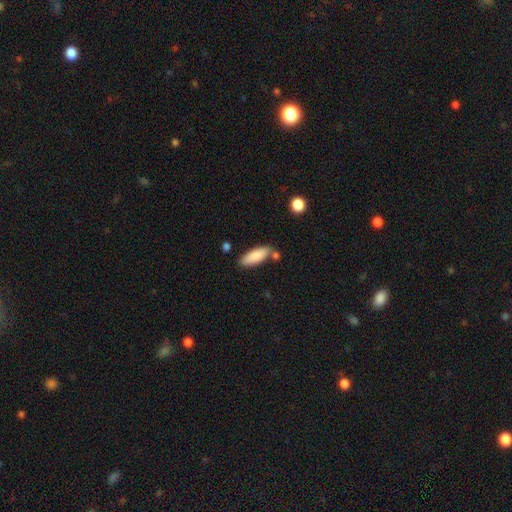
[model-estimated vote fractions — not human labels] Smooth or featured?
  - smooth: 86% *
  - featured or disk: 8%
  - star or artifact: 6%
How rounded?
  - in between: 67% *
  - cigar-shaped: 31%
  - round: 2%
Merging?
  - none: 74% *
  - minor disturbance: 15%
  - merger: 8%
  - major disturbance: 3%